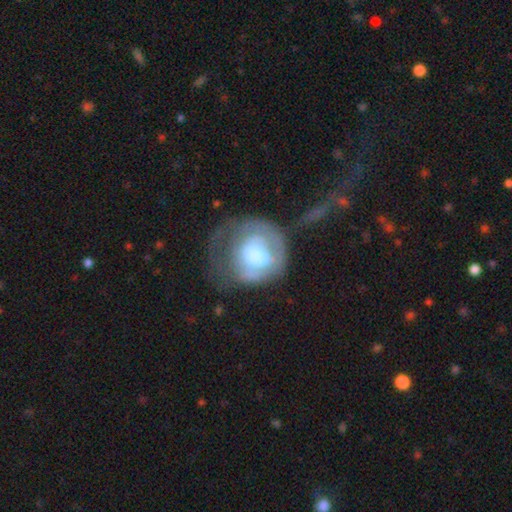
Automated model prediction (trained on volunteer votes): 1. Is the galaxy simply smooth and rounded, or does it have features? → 54% featured or disk, 37% smooth, 9% star or artifact.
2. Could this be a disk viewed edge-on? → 97% no, 3% yes.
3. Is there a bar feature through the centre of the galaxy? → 58% no, 30% weak, 12% strong.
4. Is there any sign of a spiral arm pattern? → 60% no, 40% yes.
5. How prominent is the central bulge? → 39% moderate, 32% large, 14% small, 8% none, 6% dominant.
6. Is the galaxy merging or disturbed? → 42% major disturbance, 30% none, 21% minor disturbance, 7% merger.